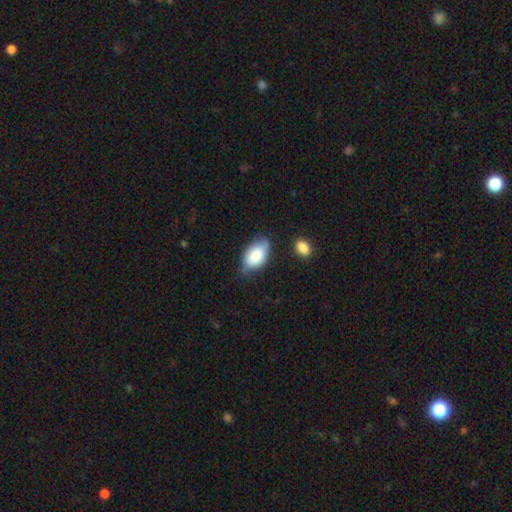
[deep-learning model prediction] The model was most divided on "merging": none: 60%, minor disturbance: 29%, major disturbance: 6%, merger: 5%. More confident: how rounded — in between (92%); smooth or featured — smooth (81%).